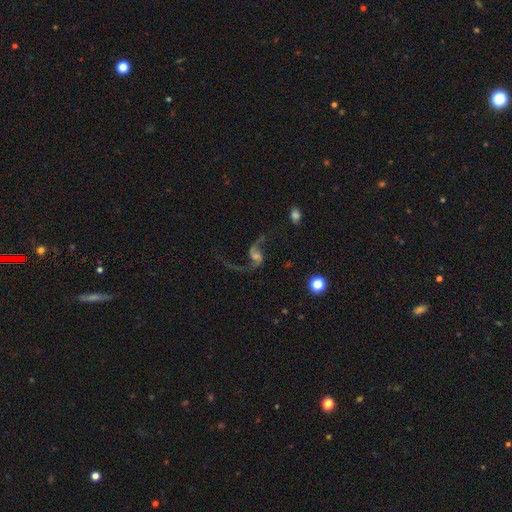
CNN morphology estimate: Q: Smooth or featured?
A: featured or disk (86%); runner-up: star or artifact (8%)
Q: Edge-on disk?
A: no (97%); runner-up: yes (3%)
Q: Bar?
A: no (49%); runner-up: weak (38%)
Q: Spiral arms?
A: yes (96%); runner-up: no (4%)
Q: Spiral winding?
A: loose (86%); runner-up: medium (11%)
Q: Spiral arm count?
A: 2 (91%); runner-up: 1 (4%)
Q: Bulge size?
A: small (40%); runner-up: moderate (33%)
Q: Merging?
A: none (64%); runner-up: major disturbance (18%)